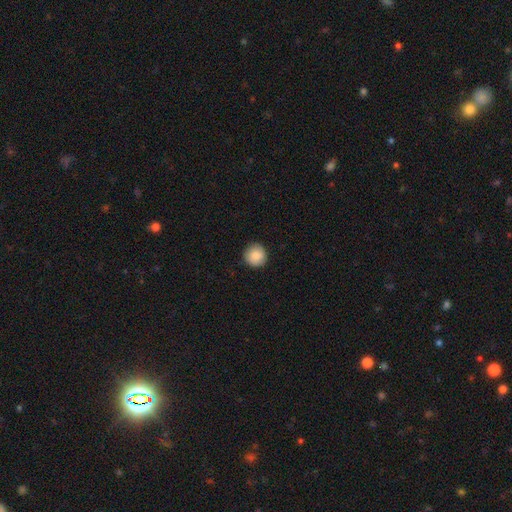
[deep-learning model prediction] Smooth or featured? Predicted: smooth (p=0.87). How rounded? Predicted: round (p=0.94). Merging? Predicted: none (p=0.88).